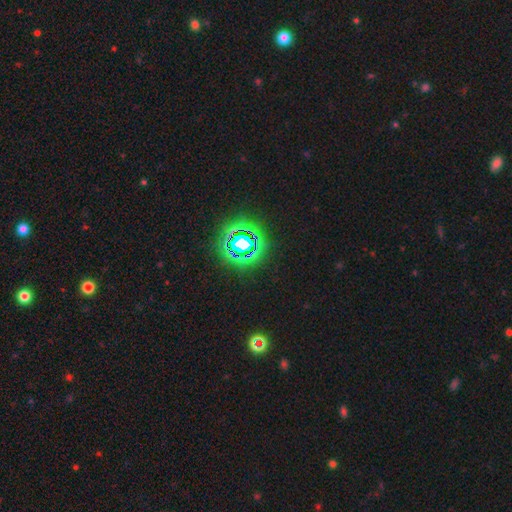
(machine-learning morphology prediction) Smooth or featured?
  - star or artifact: 79% *
  - smooth: 15%
  - featured or disk: 6%